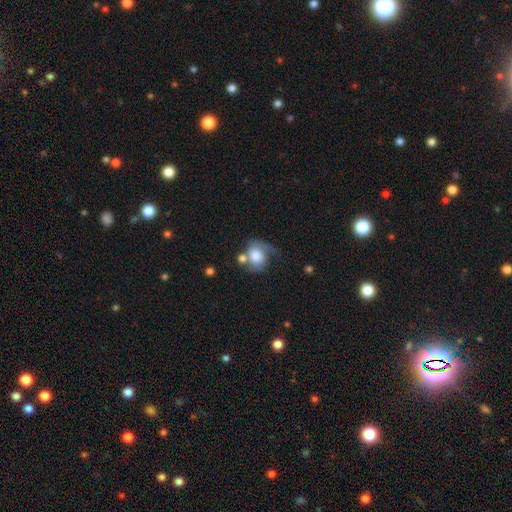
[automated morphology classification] Overall: smooth (56%; featured or disk 35%). How rounded: round (64%; in between 35%). Merging: none (31%; major disturbance 25%).